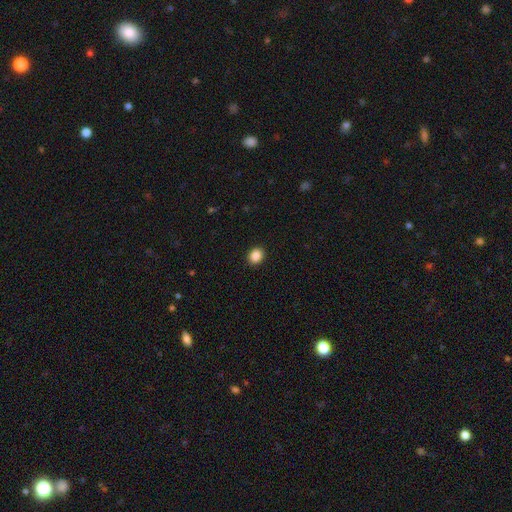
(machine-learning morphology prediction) Smooth or featured? smooth (87%)
How rounded? round (57%)
Merging? none (92%)